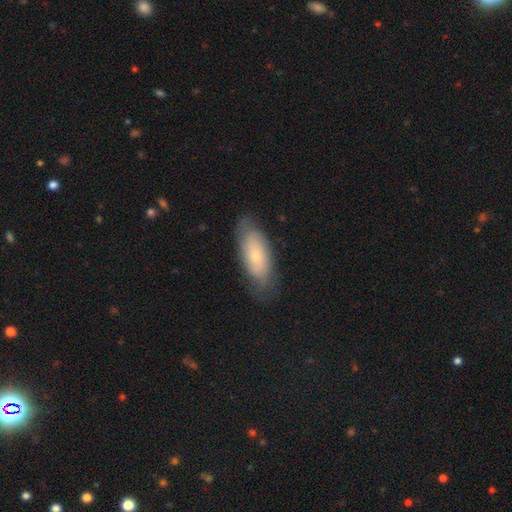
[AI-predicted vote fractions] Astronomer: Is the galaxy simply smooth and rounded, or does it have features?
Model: smooth — 56% (runner-up: featured or disk, 37%).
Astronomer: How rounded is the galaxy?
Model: in between — 74%.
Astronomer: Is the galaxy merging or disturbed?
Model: none — 76%.